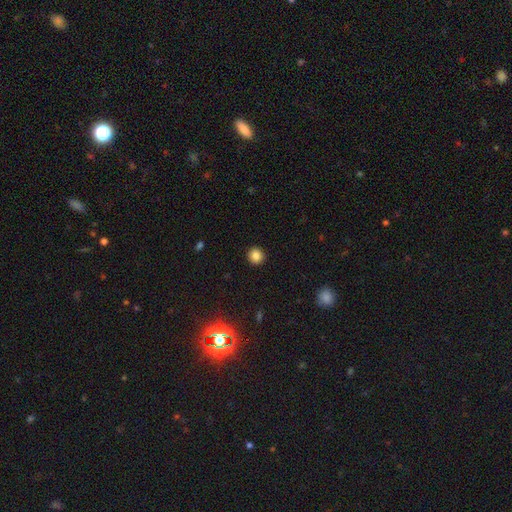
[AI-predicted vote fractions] Morphology: type=smooth (84%); roundness=round (91%); merging=none (92%).